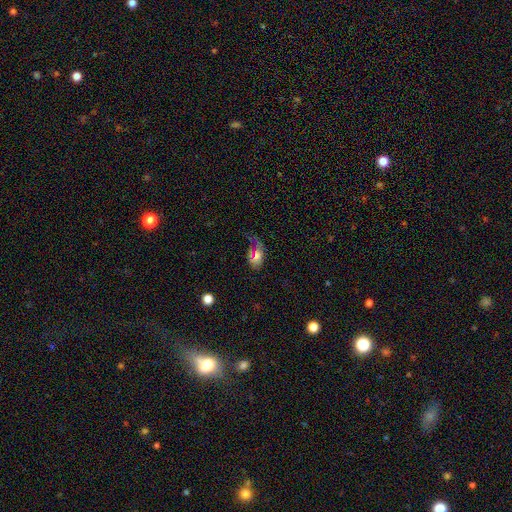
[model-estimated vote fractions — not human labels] A smooth galaxy with no disk features (52%) that is in between round and cigar-shaped (87%). Merging: none (39%).